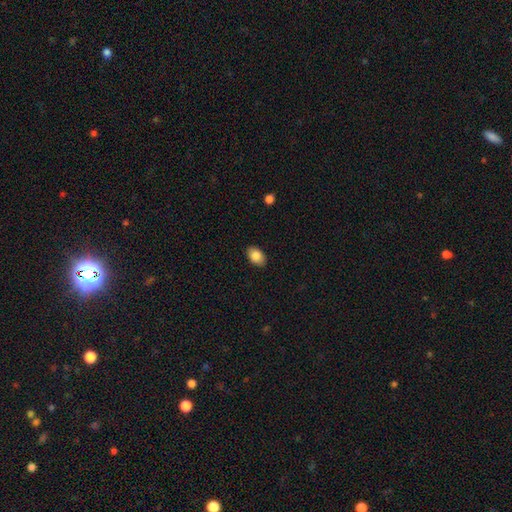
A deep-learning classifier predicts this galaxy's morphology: smooth 85%, featured or disk 8%, star or artifact 7%. Down the decision tree: how rounded — in between (88%); merging — none (89%).